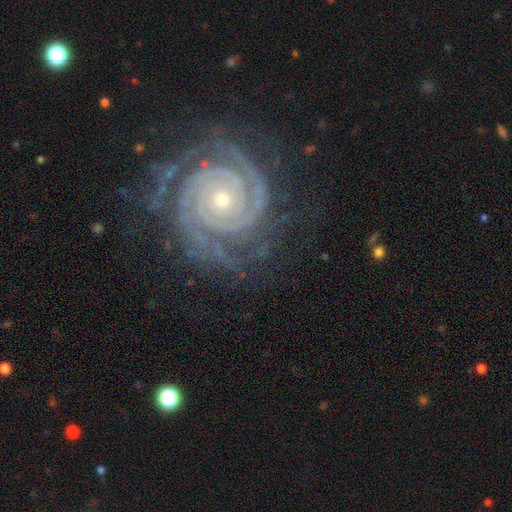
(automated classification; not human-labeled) smooth_or_featured: featured or disk (p=0.91) [alt: star or artifact p=0.06]
disk_edge_on: no (p=0.98) [alt: yes p=0.02]
bar: no (p=0.76) [alt: weak p=0.14]
has_spiral_arms: yes (p=0.99) [alt: no p=0.01]
spiral_winding: tight (p=0.87) [alt: medium p=0.11]
spiral_arm_count: 2 (p=0.41) [alt: 3 p=0.22]
bulge_size: small (p=0.64) [alt: moderate p=0.33]
merging: none (p=0.79) [alt: minor disturbance p=0.14]